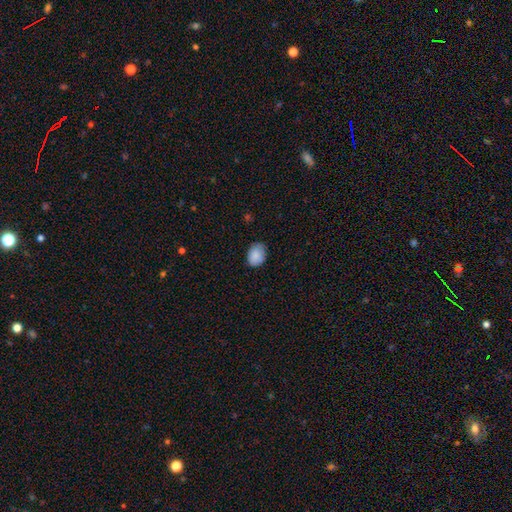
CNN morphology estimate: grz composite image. It shows a smooth galaxy with no disk features (88%) that is in between round and cigar-shaped (69%). Merging: none (75%).